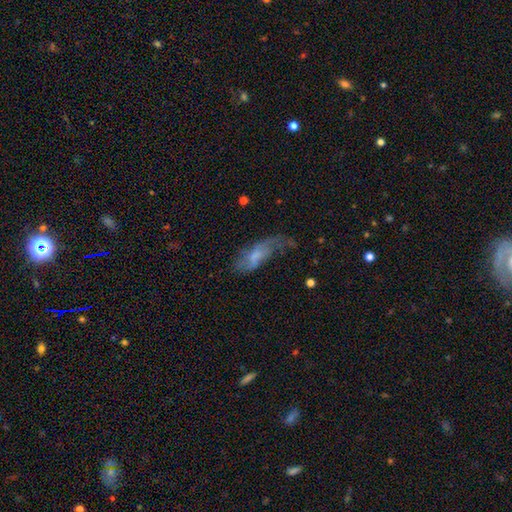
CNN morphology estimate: This appears to be a featured or disk galaxy (48%). Merging: major disturbance (34%, tied with none).